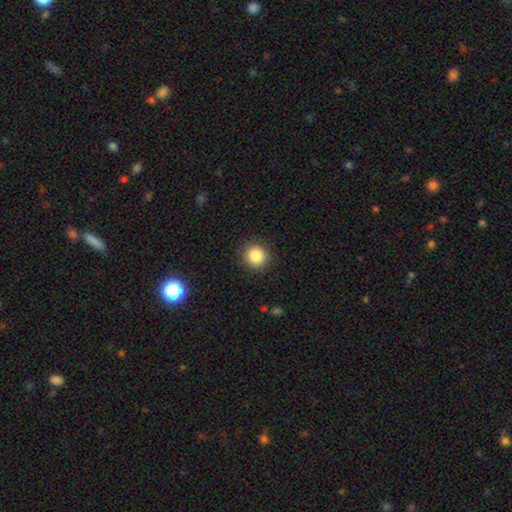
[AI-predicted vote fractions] Smooth or featured? Predicted: smooth (p=0.86). How rounded? Predicted: round (p=0.92). Merging? Predicted: none (p=0.91).